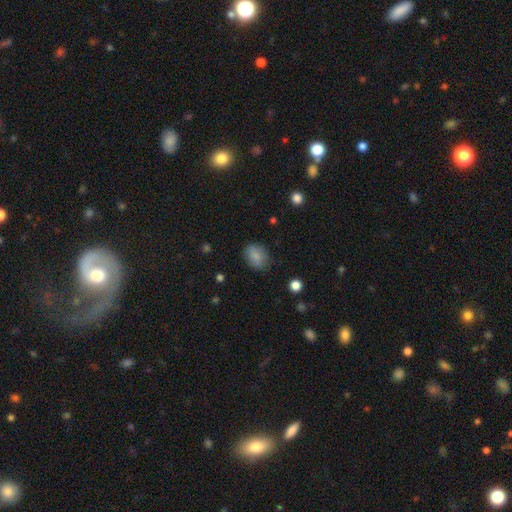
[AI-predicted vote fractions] Smooth or featured: smooth — 83% (star or artifact — 9%)
How rounded: in between — 65% (round — 34%)
Merging: none — 76% (minor disturbance — 18%)